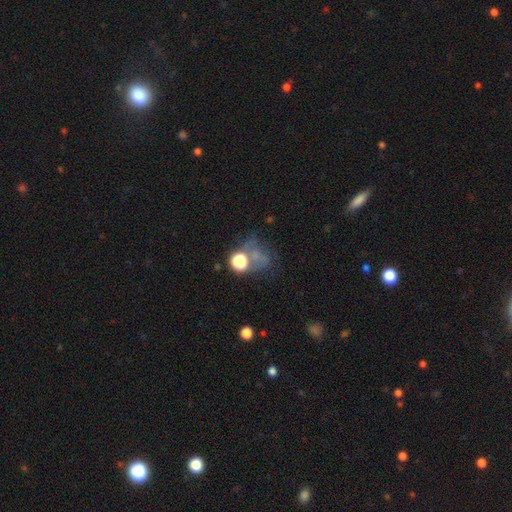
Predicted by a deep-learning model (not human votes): smooth 44%, star or artifact 36%, featured or disk 20%. Down the decision tree: merging — none (42%).